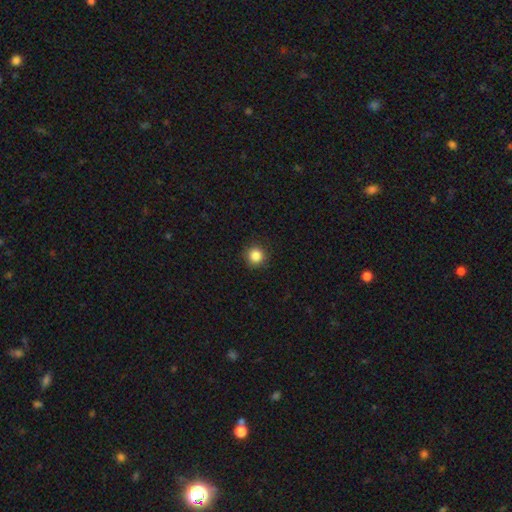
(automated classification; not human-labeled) Smooth or featured? Predicted: smooth (p=0.86). How rounded? Predicted: round (p=0.95). Merging? Predicted: none (p=0.92).